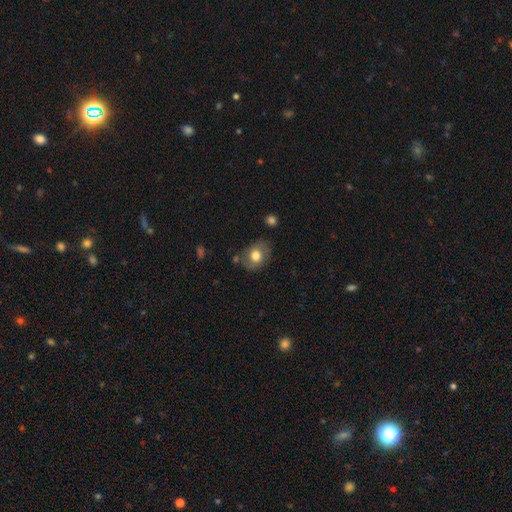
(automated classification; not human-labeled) Smooth or featured?
  - smooth: 73% *
  - featured or disk: 19%
  - star or artifact: 8%
How rounded?
  - in between: 59% *
  - round: 40%
  - cigar-shaped: 1%
Merging?
  - none: 72% *
  - minor disturbance: 19%
  - major disturbance: 5%
  - merger: 4%